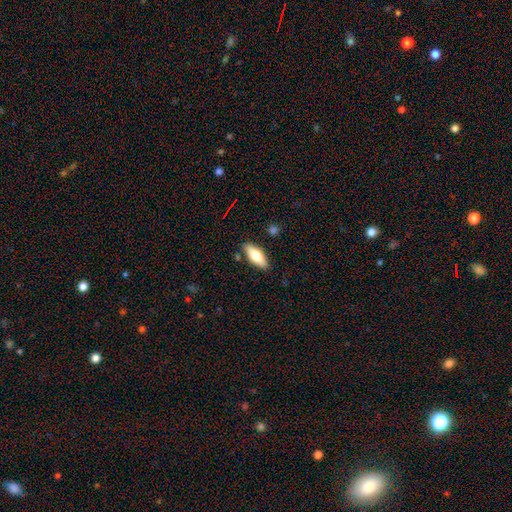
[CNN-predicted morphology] Smooth or featured?
  - smooth: 68% *
  - featured or disk: 26%
  - star or artifact: 6%
How rounded?
  - in between: 73% *
  - cigar-shaped: 25%
  - round: 3%
Merging?
  - none: 85% *
  - minor disturbance: 10%
  - merger: 3%
  - major disturbance: 2%